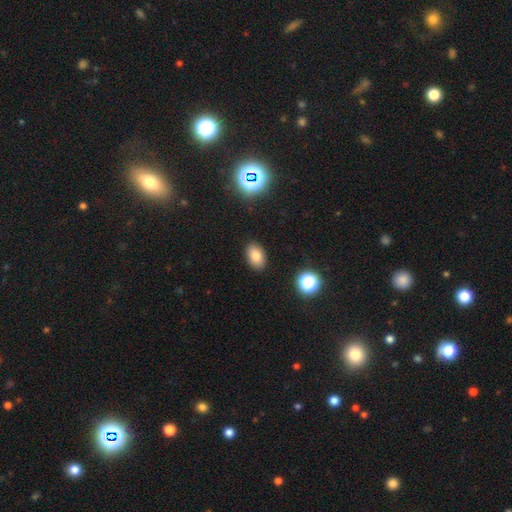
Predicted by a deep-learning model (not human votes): A smooth galaxy with no disk features (79%) that is in between round and cigar-shaped (88%).

Vote fractions:
- Smooth or featured? smooth: 79% / star or artifact: 12% / featured or disk: 9%
- How rounded? in between: 88% / round: 11% / cigar-shaped: 1%
- Merging? none: 88% / minor disturbance: 8% / major disturbance: 2% / merger: 1%